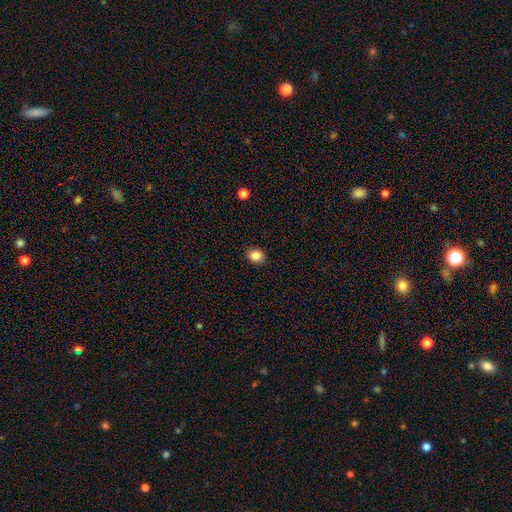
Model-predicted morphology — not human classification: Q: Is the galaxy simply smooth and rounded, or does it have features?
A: smooth — 86%.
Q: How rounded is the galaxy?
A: round — 53%.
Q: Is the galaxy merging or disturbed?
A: none — 90%.